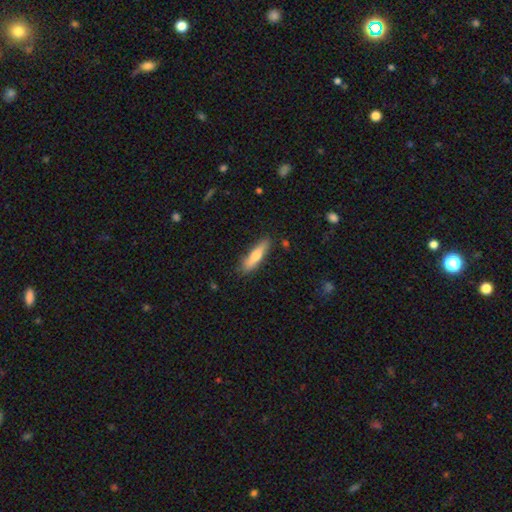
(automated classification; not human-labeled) Smooth or featured? Predicted: smooth (p=0.67). How rounded? Predicted: cigar-shaped (p=0.76). Merging? Predicted: none (p=0.83).